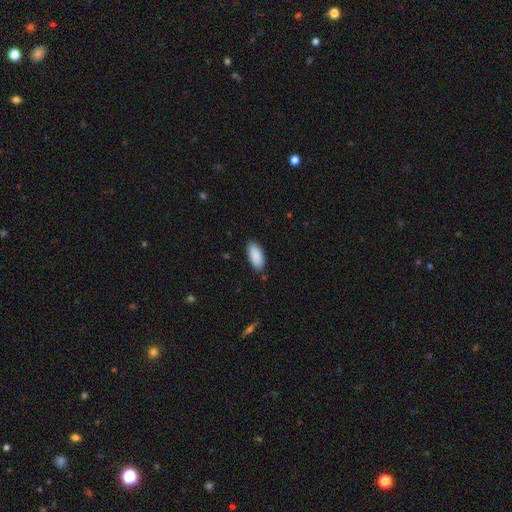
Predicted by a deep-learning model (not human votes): The model was most divided on "merging": none: 87%, minor disturbance: 10%, major disturbance: 2%, merger: 1%. More confident: smooth or featured — smooth (90%); how rounded — in between (88%).